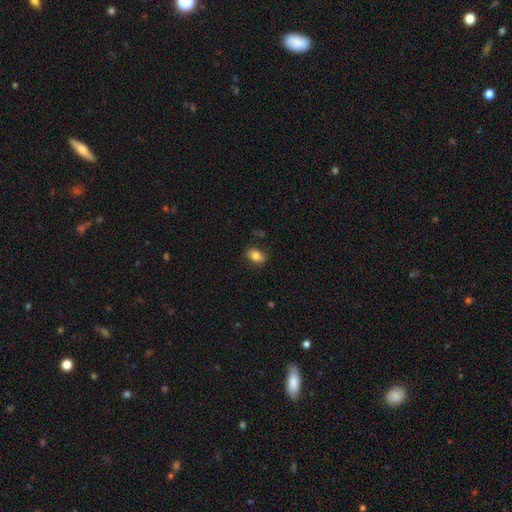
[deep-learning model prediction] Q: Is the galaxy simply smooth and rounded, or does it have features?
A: smooth — 82%.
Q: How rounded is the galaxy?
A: in between — 84%.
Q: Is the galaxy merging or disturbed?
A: none — 82%.